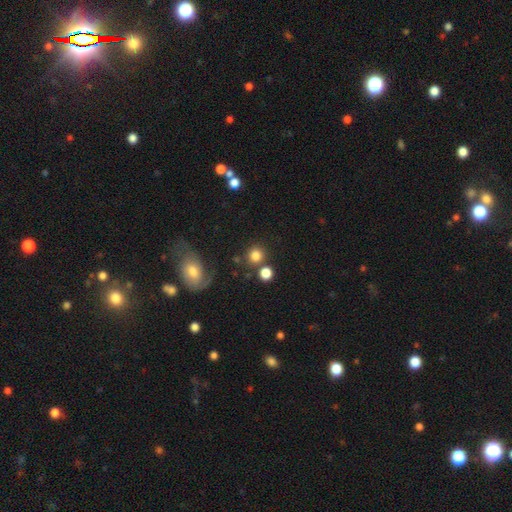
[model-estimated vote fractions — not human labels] Smooth or featured: smooth — 81% (star or artifact — 11%)
How rounded: round — 88% (in between — 11%)
Merging: none — 75% (merger — 12%)